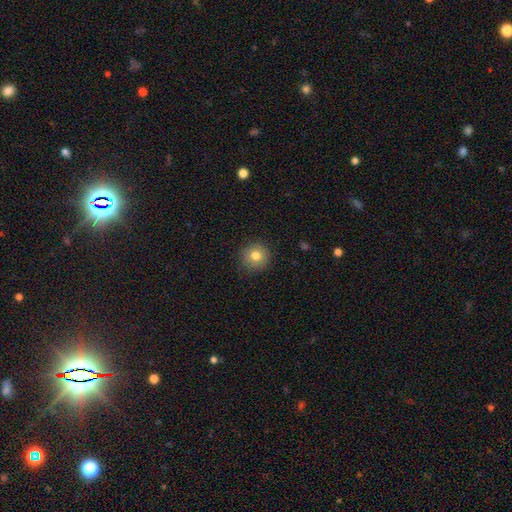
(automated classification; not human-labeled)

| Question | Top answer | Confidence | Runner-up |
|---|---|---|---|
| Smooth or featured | smooth | 79% | star or artifact (11%) |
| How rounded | round | 93% | in between (6%) |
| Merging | none | 87% | minor disturbance (9%) |